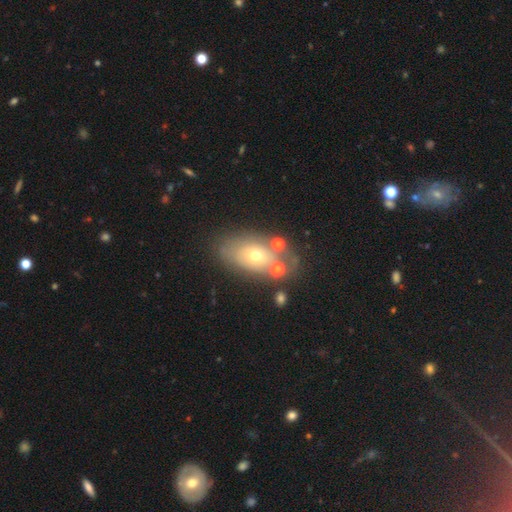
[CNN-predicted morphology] This appears to be a smooth galaxy with no disk features (52%) that is in between round and cigar-shaped (83%). Merging: none (62%).